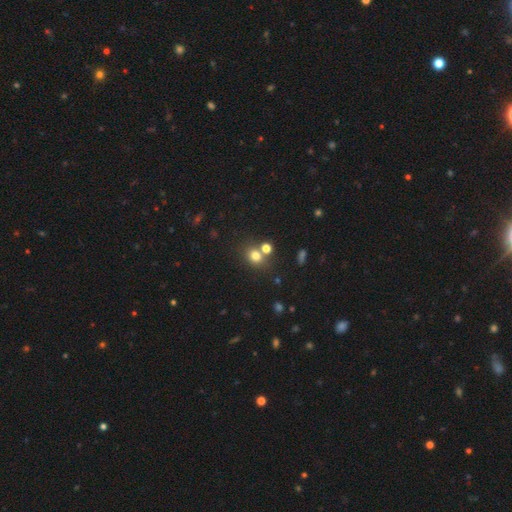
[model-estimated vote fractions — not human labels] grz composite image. It shows a smooth galaxy with no disk features (75%) that is round (70%). Merging: none (61%).